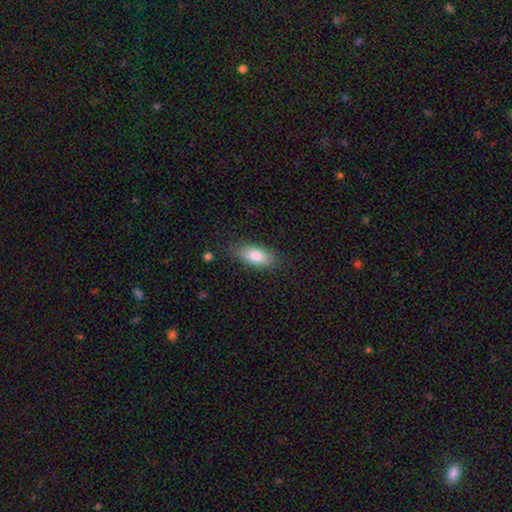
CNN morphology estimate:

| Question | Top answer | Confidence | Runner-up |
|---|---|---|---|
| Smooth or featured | smooth | 80% | featured or disk (13%) |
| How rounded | in between | 84% | cigar-shaped (13%) |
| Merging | none | 83% | minor disturbance (12%) |